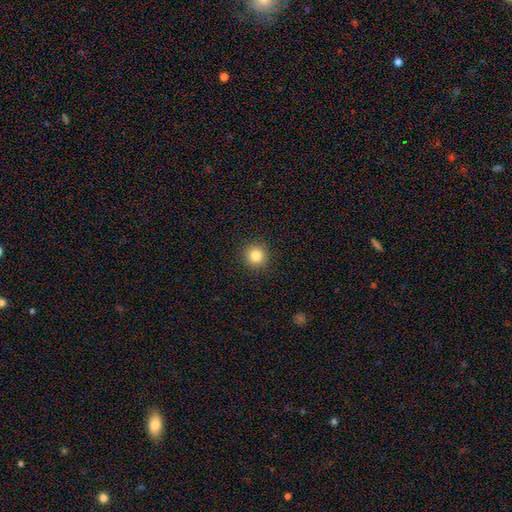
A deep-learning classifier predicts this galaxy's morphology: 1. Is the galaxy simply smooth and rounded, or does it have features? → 82% smooth, 12% star or artifact, 6% featured or disk.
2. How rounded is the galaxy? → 94% round, 5% in between, 1% cigar-shaped.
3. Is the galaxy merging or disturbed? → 92% none, 5% minor disturbance, 2% major disturbance, 1% merger.